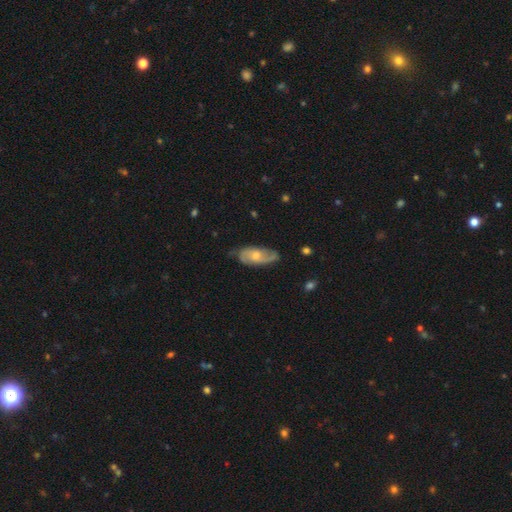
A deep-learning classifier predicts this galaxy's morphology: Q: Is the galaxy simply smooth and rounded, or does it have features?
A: featured or disk — 65%.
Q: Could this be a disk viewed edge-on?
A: no — 91%.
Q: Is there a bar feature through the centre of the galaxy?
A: no — 67%.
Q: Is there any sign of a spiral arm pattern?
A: yes — 88%.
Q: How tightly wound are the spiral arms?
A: medium — 43%.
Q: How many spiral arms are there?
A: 2 — 74%.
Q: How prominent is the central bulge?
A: moderate — 55%.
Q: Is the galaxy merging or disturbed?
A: none — 67%.